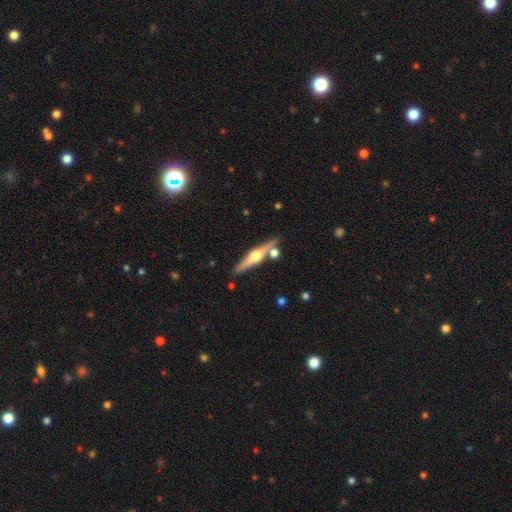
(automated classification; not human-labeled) Morphology: type=featured or disk (73%); edge-on=yes (97%); edge-on bulge=rounded (95%); merging=none (79%).